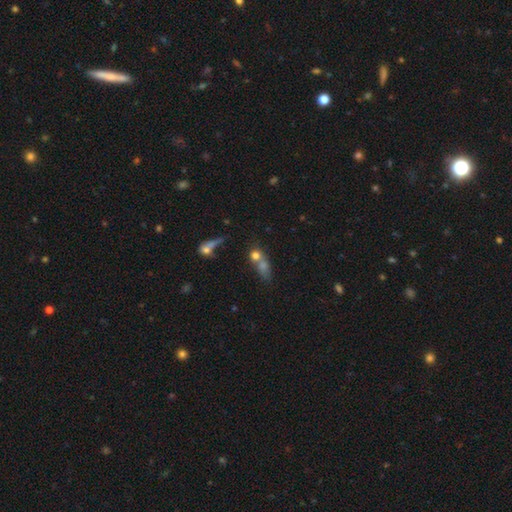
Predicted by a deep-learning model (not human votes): smooth 68%, featured or disk 18%, star or artifact 14%. Down the decision tree: how rounded — round (57%); merging — merger (51%).